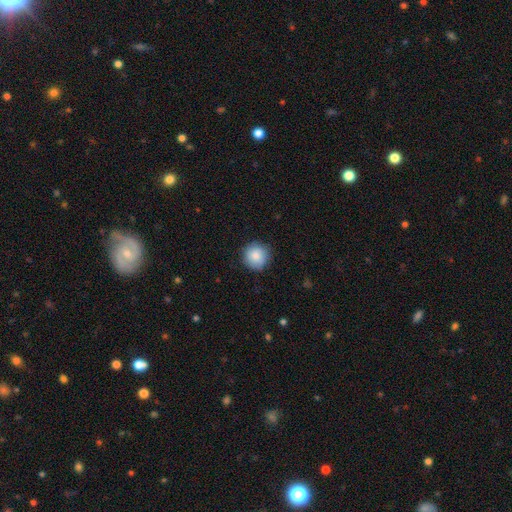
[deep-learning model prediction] A smooth galaxy with no disk features (86%) that is round (94%). Merging: none (87%).